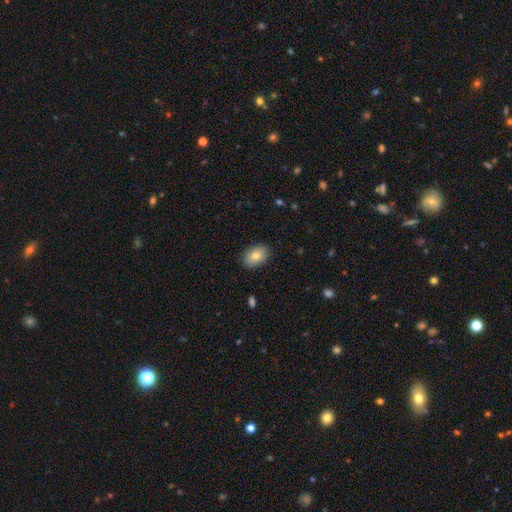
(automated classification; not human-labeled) Smooth or featured: smooth — 79% (featured or disk — 13%)
How rounded: in between — 84% (round — 15%)
Merging: none — 88% (minor disturbance — 9%)